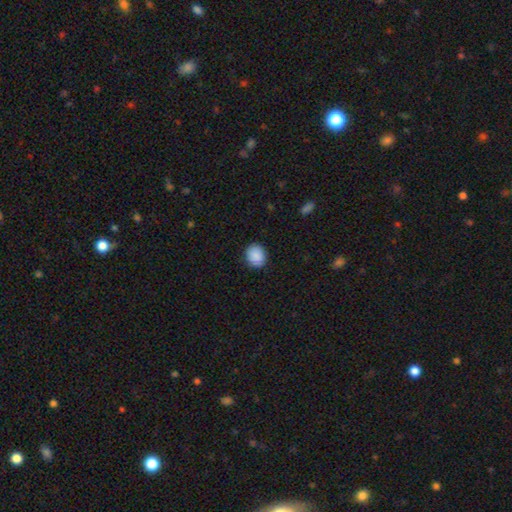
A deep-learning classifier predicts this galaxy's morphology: type=smooth (90%); roundness=round (59%); merging=none (89%).